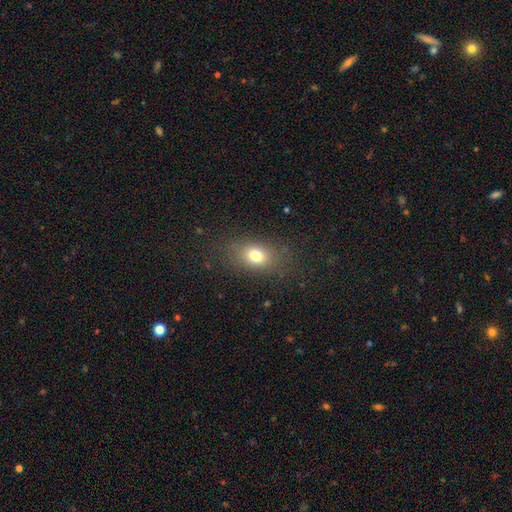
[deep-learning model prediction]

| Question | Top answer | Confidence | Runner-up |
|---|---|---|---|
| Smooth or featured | smooth | 76% | star or artifact (13%) |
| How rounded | in between | 71% | round (28%) |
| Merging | none | 80% | minor disturbance (13%) |